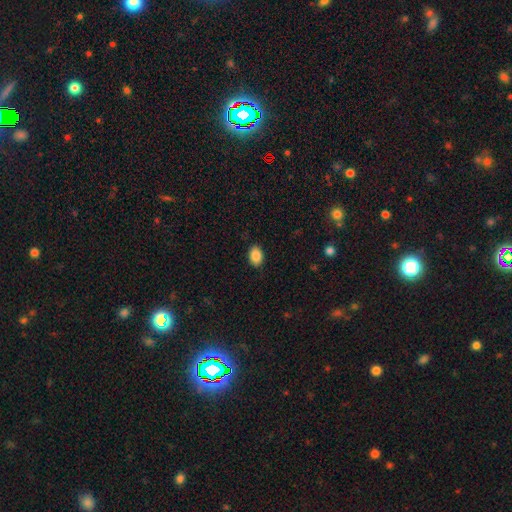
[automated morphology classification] This appears to be a smooth galaxy with no disk features (88%) that is in between round and cigar-shaped (82%). Merging: none (87%).